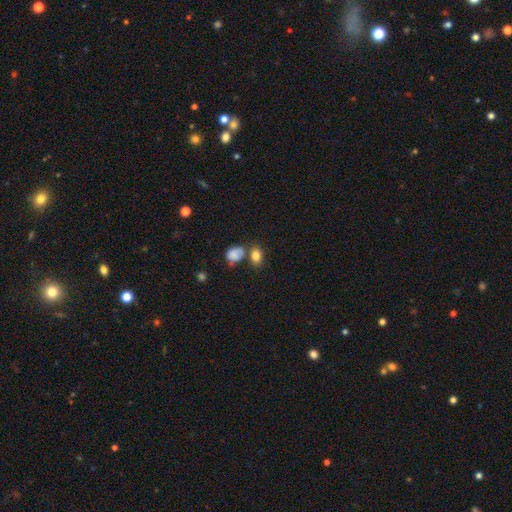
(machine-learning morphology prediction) A smooth galaxy with no disk features (83%) that is in between round and cigar-shaped (78%).

Vote fractions:
- Smooth or featured? smooth: 83% / star or artifact: 10% / featured or disk: 7%
- How rounded? in between: 78% / round: 20% / cigar-shaped: 2%
- Merging? none: 57% / merger: 24% / minor disturbance: 15% / major disturbance: 5%